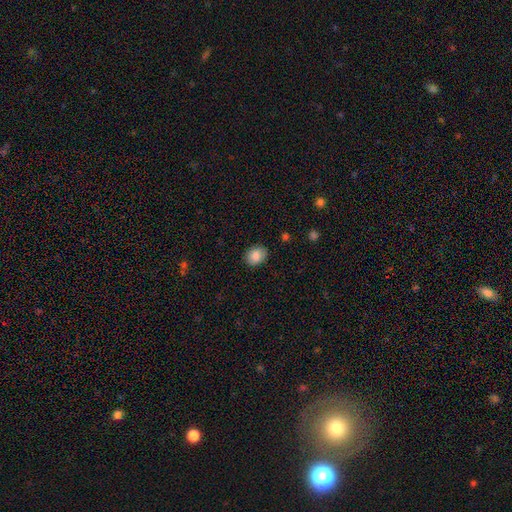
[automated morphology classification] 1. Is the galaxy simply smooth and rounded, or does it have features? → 86% smooth, 8% star or artifact, 6% featured or disk.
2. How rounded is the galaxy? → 60% in between, 39% round, 1% cigar-shaped.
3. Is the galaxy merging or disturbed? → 85% none, 11% minor disturbance, 2% major disturbance, 1% merger.